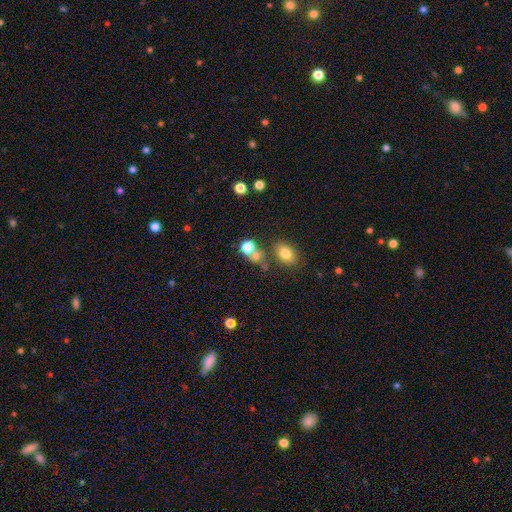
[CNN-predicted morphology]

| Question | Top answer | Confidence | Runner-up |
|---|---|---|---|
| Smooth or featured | smooth | 73% | star or artifact (17%) |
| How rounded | round | 70% | in between (29%) |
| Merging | none | 53% | merger (31%) |